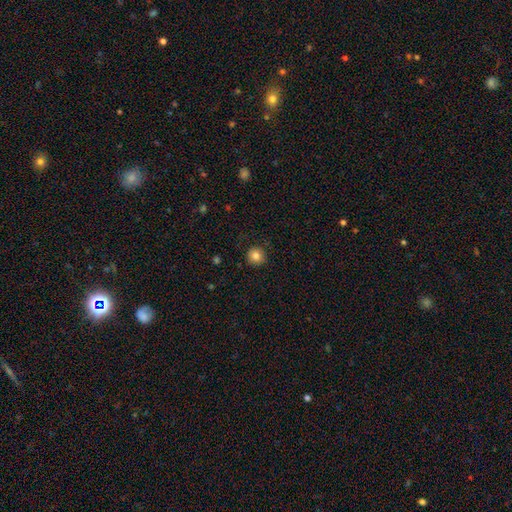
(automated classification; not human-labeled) A smooth galaxy with no disk features (83%) that is round (94%).

Vote fractions:
- Smooth or featured? smooth: 83% / star or artifact: 10% / featured or disk: 7%
- How rounded? round: 94% / in between: 5% / cigar-shaped: 1%
- Merging? none: 90% / minor disturbance: 7% / major disturbance: 2% / merger: 1%